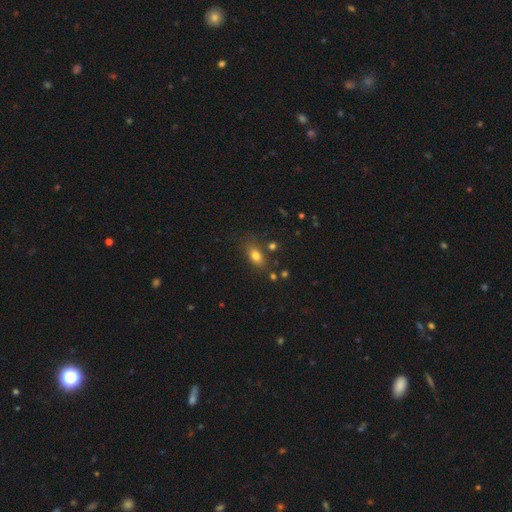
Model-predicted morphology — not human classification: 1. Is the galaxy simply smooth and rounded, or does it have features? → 79% smooth, 11% star or artifact, 10% featured or disk.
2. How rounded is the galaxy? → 82% in between, 12% round, 6% cigar-shaped.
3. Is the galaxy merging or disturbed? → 73% none, 15% minor disturbance, 6% merger, 5% major disturbance.